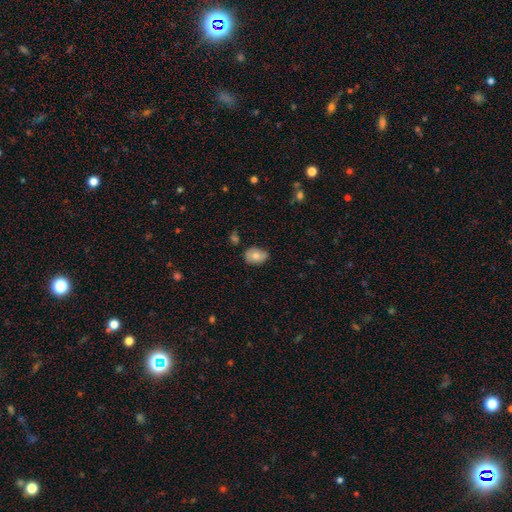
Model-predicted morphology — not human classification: Smooth or featured?
  - smooth: 75% *
  - featured or disk: 17%
  - star or artifact: 8%
How rounded?
  - in between: 68% *
  - round: 30%
  - cigar-shaped: 1%
Merging?
  - none: 63% *
  - minor disturbance: 29%
  - major disturbance: 5%
  - merger: 3%